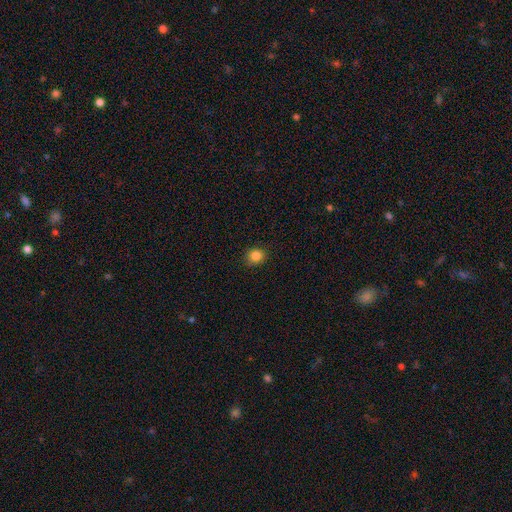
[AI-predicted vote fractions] This is clearly a smooth galaxy (84%). How rounded: likely round (80%). Merging: clearly none (88%).